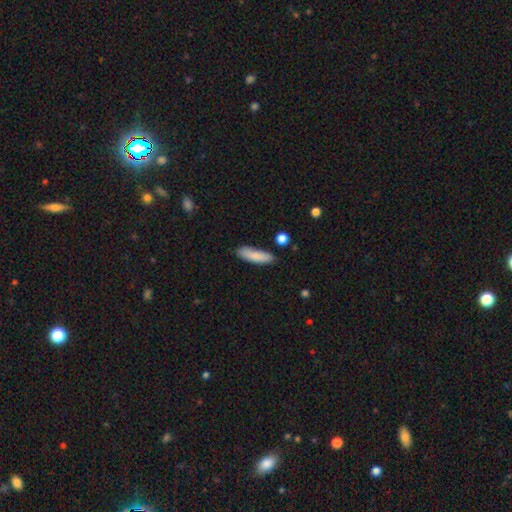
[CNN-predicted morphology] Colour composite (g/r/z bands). It shows a smooth galaxy with no disk features (85%) that is cigar-shaped (61%). Merging: none (82%).